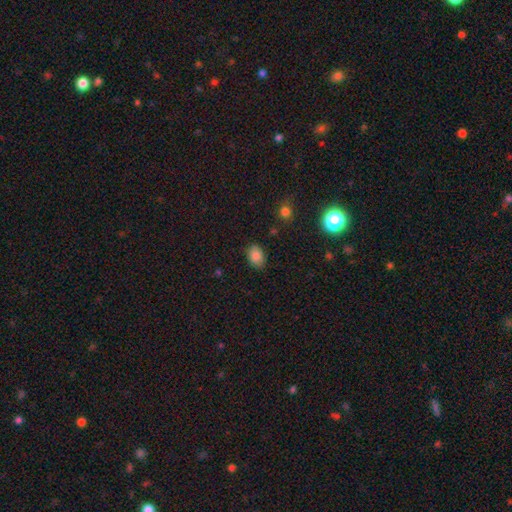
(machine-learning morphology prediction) Overall: smooth (83%). How rounded: in between (80%). Merging: none (84%).